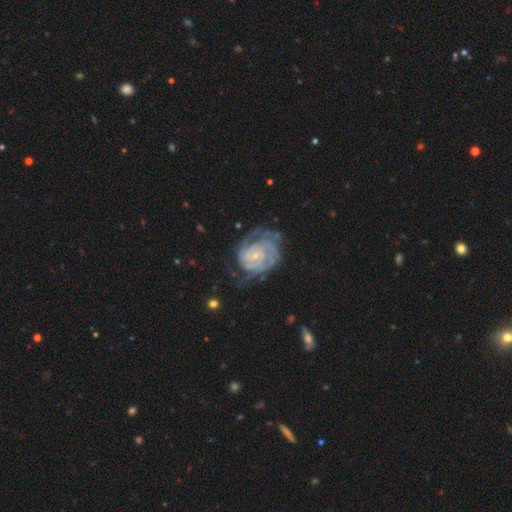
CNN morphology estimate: Smooth or featured: featured or disk — 90% (smooth — 6%)
Edge-on disk: no — 98% (yes — 2%)
Bar: no — 65% (weak — 28%)
Spiral arms: yes — 97% (no — 3%)
Spiral winding: tight — 74% (medium — 22%)
Spiral arm count: 2 — 37% (3 — 22%)
Bulge size: small — 77% (moderate — 17%)
Merging: none — 60% (minor disturbance — 23%)